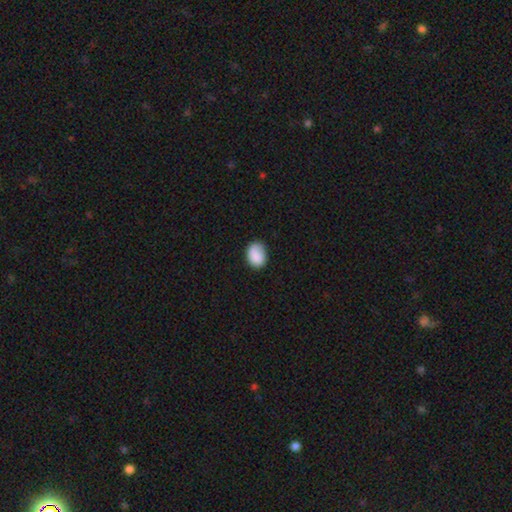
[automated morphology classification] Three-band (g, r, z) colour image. It shows a smooth galaxy with no disk features (85%) that is in between round and cigar-shaped (62%). Merging: none (72%).